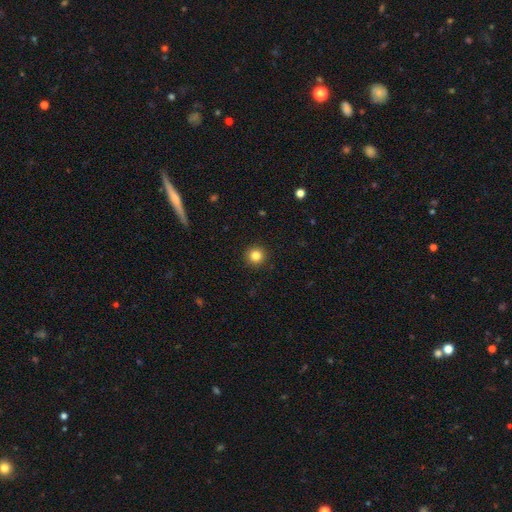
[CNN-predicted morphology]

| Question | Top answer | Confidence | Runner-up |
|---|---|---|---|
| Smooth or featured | smooth | 83% | star or artifact (11%) |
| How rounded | round | 95% | in between (4%) |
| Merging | none | 93% | minor disturbance (5%) |